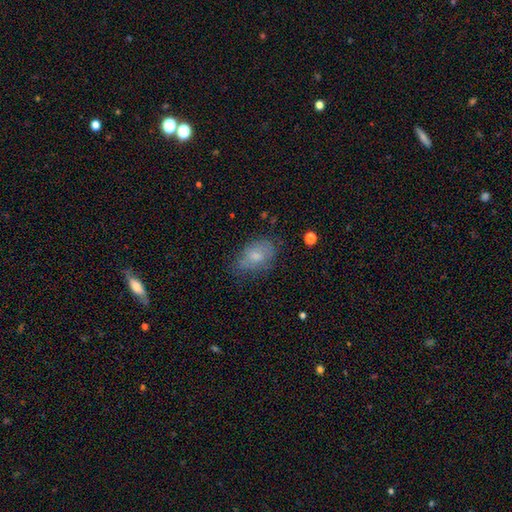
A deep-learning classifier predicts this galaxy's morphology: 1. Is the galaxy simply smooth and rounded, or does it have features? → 71% smooth, 20% featured or disk, 9% star or artifact.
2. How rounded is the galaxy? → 85% in between, 14% round, 2% cigar-shaped.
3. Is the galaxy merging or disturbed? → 61% none, 28% minor disturbance, 10% major disturbance, 2% merger.